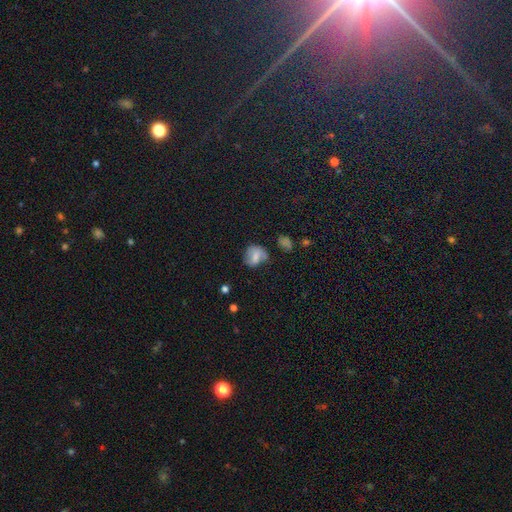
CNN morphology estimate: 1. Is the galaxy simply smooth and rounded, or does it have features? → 65% smooth, 23% featured or disk, 12% star or artifact.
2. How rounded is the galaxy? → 57% round, 42% in between, 1% cigar-shaped.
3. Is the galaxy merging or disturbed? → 48% none, 29% minor disturbance, 15% major disturbance, 8% merger.